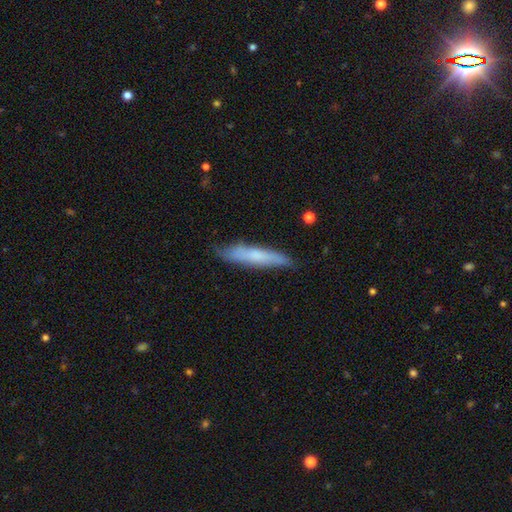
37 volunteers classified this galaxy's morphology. smooth-or-featured: smooth: 62% | featured or disk: 35% | star or artifact: 3%
  how-rounded: cigar-shaped: 83% | in between: 13% | round: 4%
  merging: none: 75% | minor disturbance: 25% | major disturbance: 0% | merger: 0%